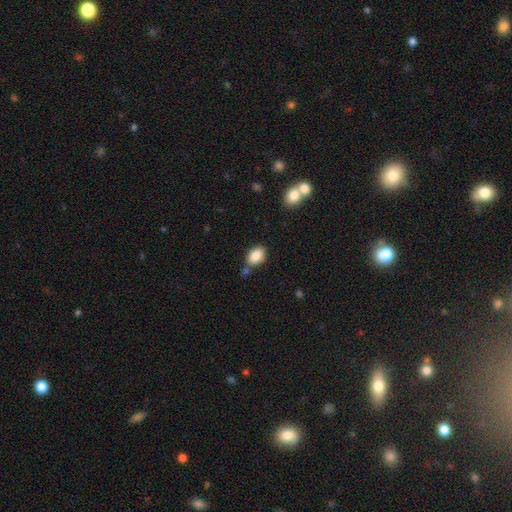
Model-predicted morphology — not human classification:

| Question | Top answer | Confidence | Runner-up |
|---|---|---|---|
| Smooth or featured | smooth | 86% | star or artifact (8%) |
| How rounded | in between | 86% | round (12%) |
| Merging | none | 67% | minor disturbance (16%) |